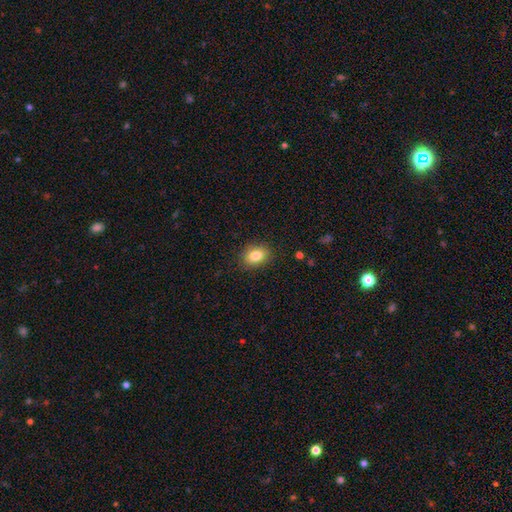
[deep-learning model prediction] Q: Smooth or featured?
A: smooth (84%); runner-up: star or artifact (9%)
Q: How rounded?
A: in between (72%); runner-up: round (27%)
Q: Merging?
A: none (87%); runner-up: minor disturbance (10%)